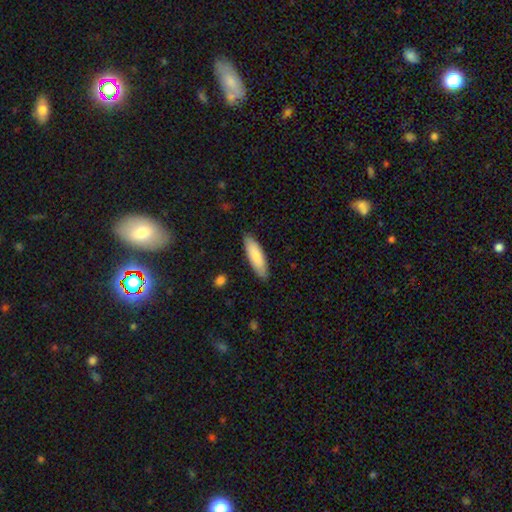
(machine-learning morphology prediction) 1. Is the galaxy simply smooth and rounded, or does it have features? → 82% smooth, 12% featured or disk, 5% star or artifact.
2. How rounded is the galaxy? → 51% cigar-shaped, 47% in between, 1% round.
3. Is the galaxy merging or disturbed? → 86% none, 11% minor disturbance, 2% major disturbance, 1% merger.